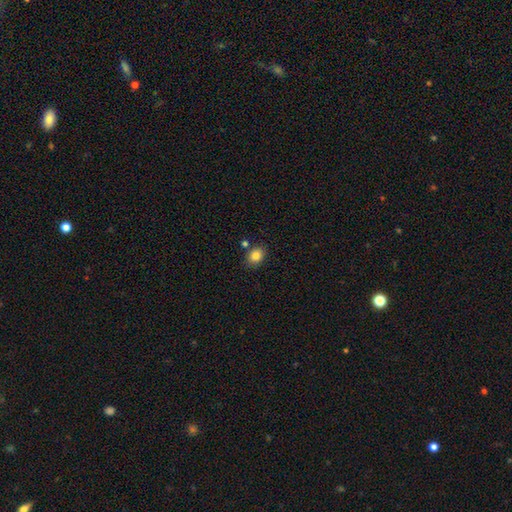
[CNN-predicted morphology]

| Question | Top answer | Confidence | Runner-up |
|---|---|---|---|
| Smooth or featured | smooth | 84% | star or artifact (10%) |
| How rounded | in between | 51% | round (48%) |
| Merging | none | 79% | minor disturbance (11%) |